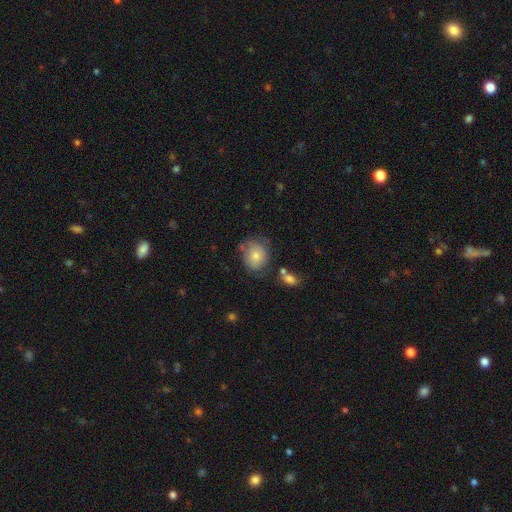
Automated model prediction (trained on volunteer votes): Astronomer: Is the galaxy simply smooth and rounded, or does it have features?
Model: smooth — 77%.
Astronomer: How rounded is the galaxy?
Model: round — 67%.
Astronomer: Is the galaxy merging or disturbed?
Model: none — 62%.